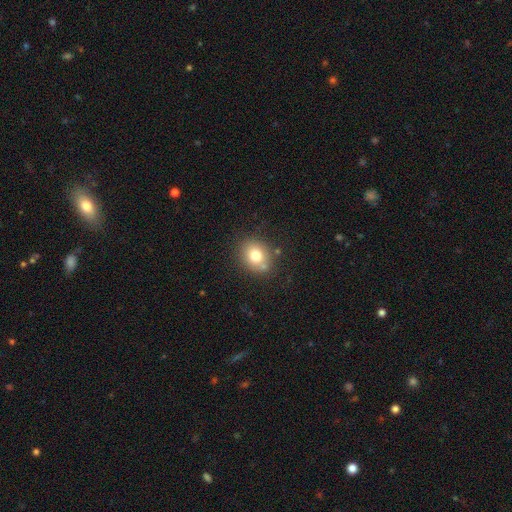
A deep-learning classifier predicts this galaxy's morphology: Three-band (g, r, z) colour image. It shows a smooth galaxy with no disk features (76%) that is round (65%). Merging: none (76%).